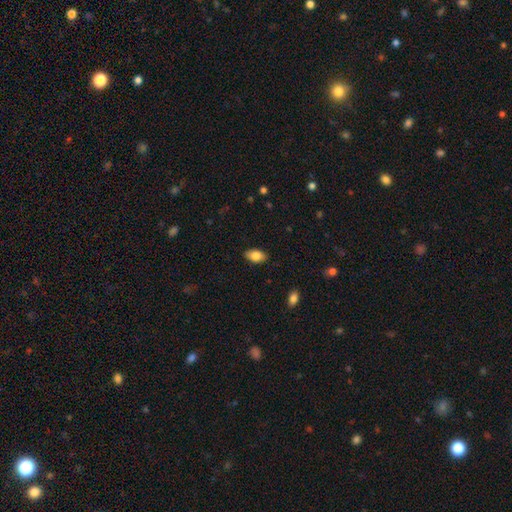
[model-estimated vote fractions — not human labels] Q: Smooth or featured?
A: smooth (84%); runner-up: featured or disk (9%)
Q: How rounded?
A: in between (93%); runner-up: round (5%)
Q: Merging?
A: none (87%); runner-up: minor disturbance (10%)